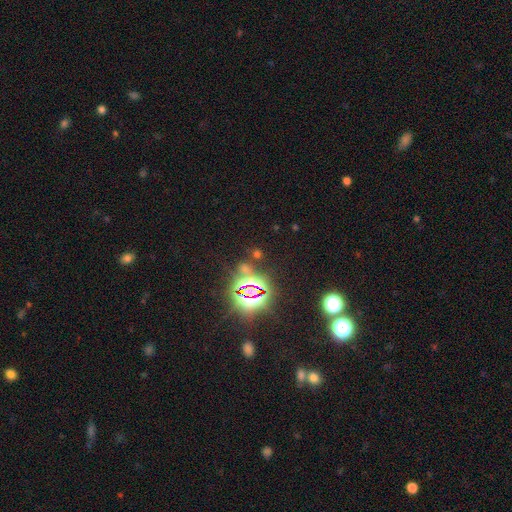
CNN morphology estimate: A star or artifact, not a galaxy (77%).

Vote fractions:
- Smooth or featured? star or artifact: 77% / smooth: 15% / featured or disk: 8%